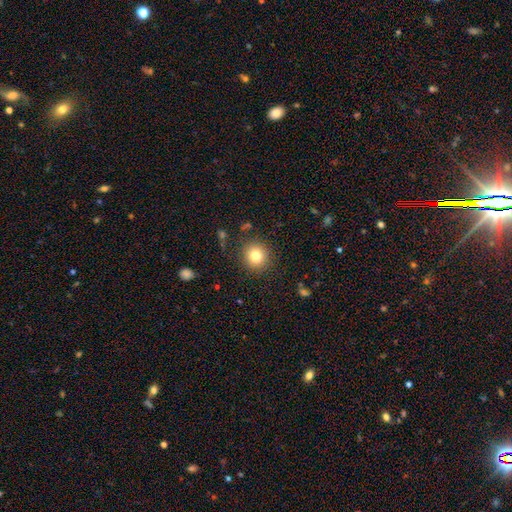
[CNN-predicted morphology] Smooth or featured: smooth — 79% (star or artifact — 12%)
How rounded: round — 92% (in between — 7%)
Merging: none — 89% (minor disturbance — 7%)